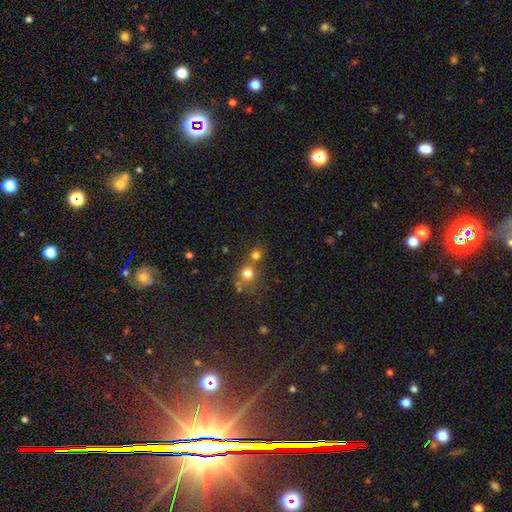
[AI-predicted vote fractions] Smooth or featured: smooth — 72% (star or artifact — 17%)
How rounded: round — 85% (in between — 14%)
Merging: none — 47% (merger — 42%)